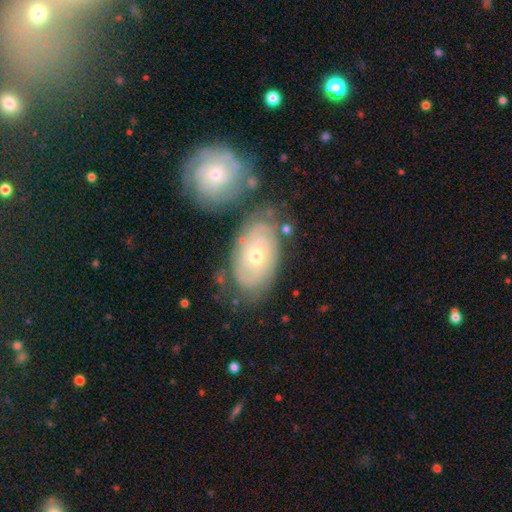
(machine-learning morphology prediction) This is likely a featured or disk galaxy (74%). It is clearly not viewed edge-on (95%). Bar: clearly no (81%). Spiral arm pattern: clearly yes (87%). Spiral arm count: marginally can't tell (41%). Spiral winding: likely tight (76%). Central bulge: possibly small (52%). Merging: likely none (68%).